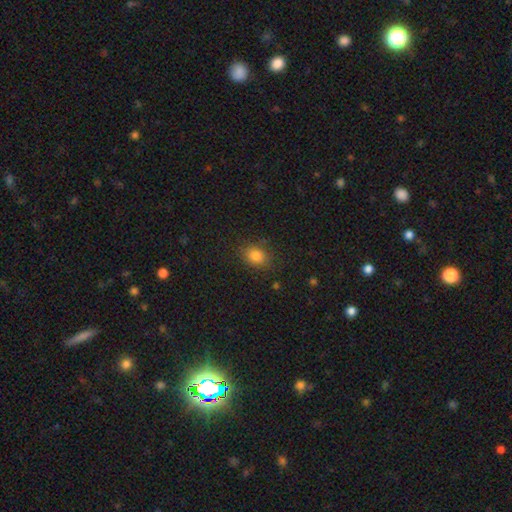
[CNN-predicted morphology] Smooth or featured?
  - smooth: 82% *
  - star or artifact: 12%
  - featured or disk: 6%
How rounded?
  - round: 50% *
  - in between: 48%
  - cigar-shaped: 1%
Merging?
  - none: 81% *
  - minor disturbance: 14%
  - major disturbance: 4%
  - merger: 2%